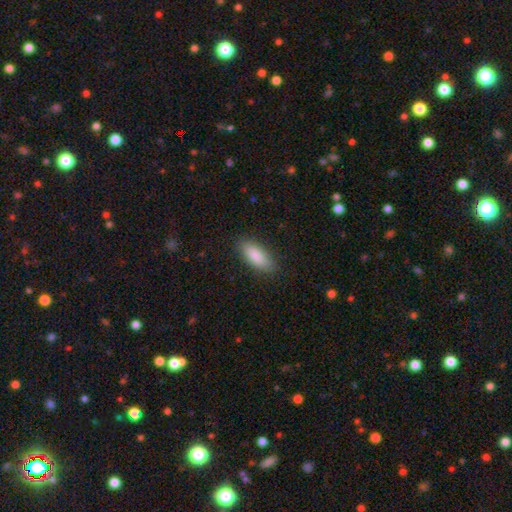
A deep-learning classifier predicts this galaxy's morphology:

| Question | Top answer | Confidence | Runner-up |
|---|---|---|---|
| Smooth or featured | smooth | 88% | featured or disk (6%) |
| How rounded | in between | 81% | cigar-shaped (17%) |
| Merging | none | 87% | minor disturbance (10%) |